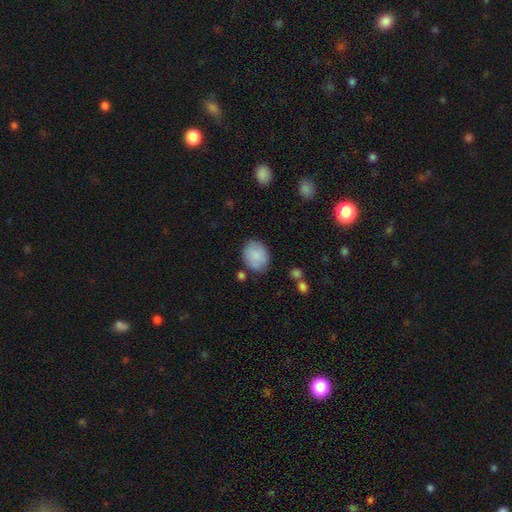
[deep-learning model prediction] Smooth or featured?
  - smooth: 86% *
  - featured or disk: 8%
  - star or artifact: 7%
How rounded?
  - in between: 54% *
  - round: 45%
  - cigar-shaped: 1%
Merging?
  - none: 77% *
  - minor disturbance: 15%
  - merger: 4%
  - major disturbance: 4%